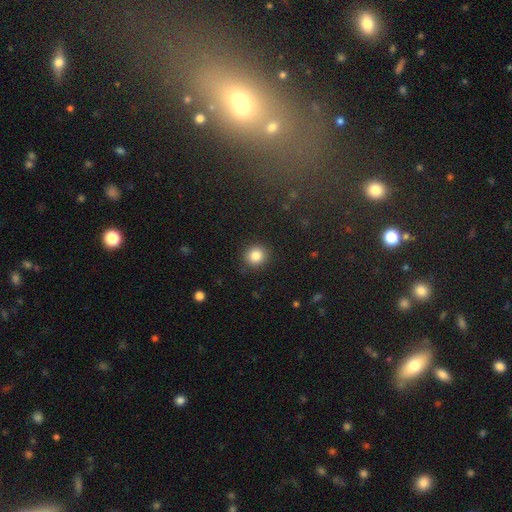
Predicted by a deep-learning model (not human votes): This appears to be a smooth galaxy with no disk features (84%) that is round (91%). Merging: none (90%).